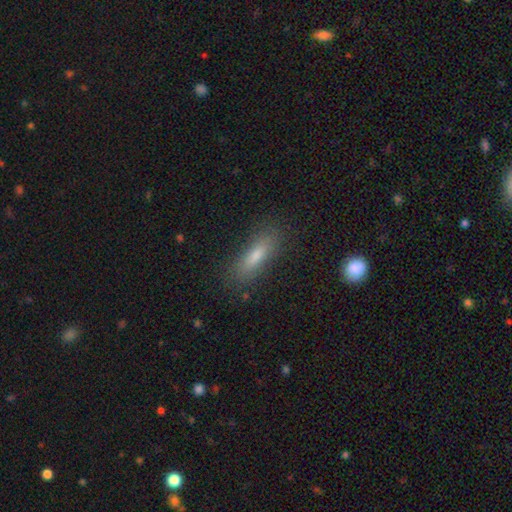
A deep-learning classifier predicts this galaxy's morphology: Smooth or featured? smooth (75%)
How rounded? cigar-shaped (55%)
Merging? none (81%)